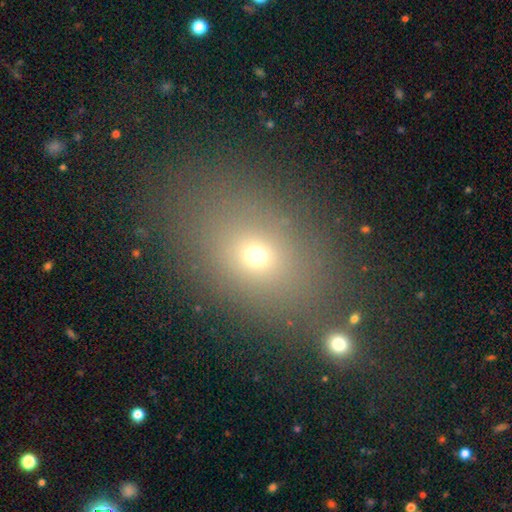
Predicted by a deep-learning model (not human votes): This appears to be a smooth galaxy with no disk features (64%) that is in between round and cigar-shaped (68%). Merging: none (78%).